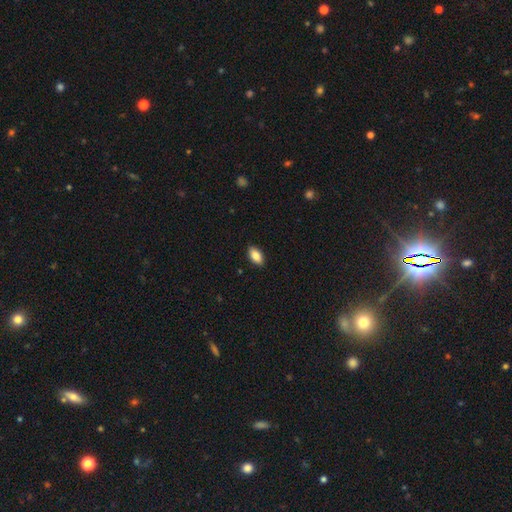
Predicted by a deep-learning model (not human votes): Smooth or featured? Predicted: smooth (p=0.85). How rounded? Predicted: in between (p=0.91). Merging? Predicted: none (p=0.88).